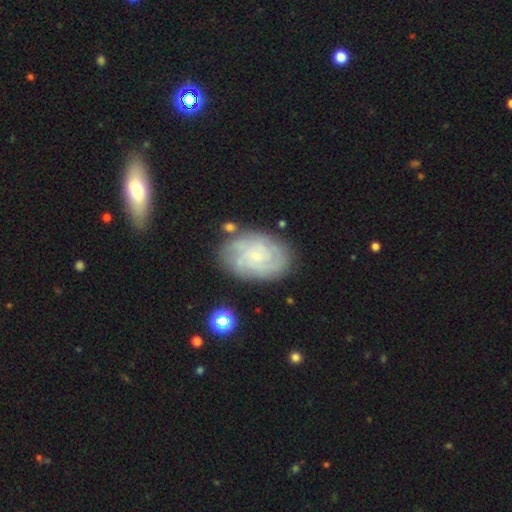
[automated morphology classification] This is likely a featured or disk galaxy (78%). It is clearly not viewed edge-on (97%). Bar: likely no (75%). Spiral arm pattern: clearly yes (94%). Spiral arm count: marginally can't tell (34%). Spiral winding: likely tight (69%). Central bulge: clearly small (81%). Merging: likely none (77%).